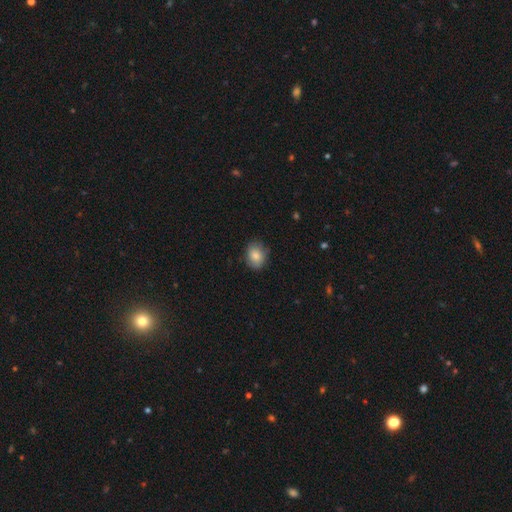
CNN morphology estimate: smooth_or_featured: smooth (p=0.83) [alt: featured or disk p=0.09]
how_rounded: in between (p=0.54) [alt: round p=0.45]
merging: none (p=0.79) [alt: minor disturbance p=0.17]